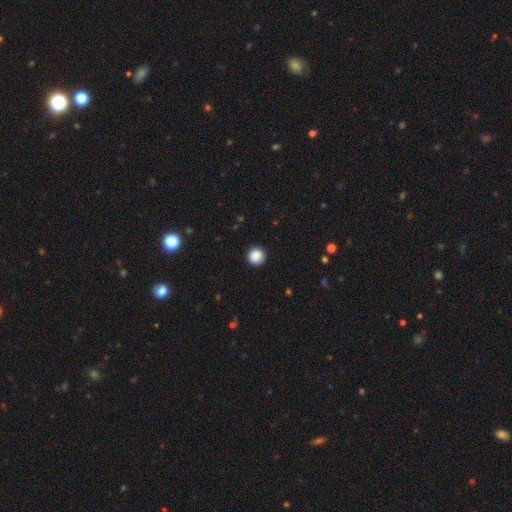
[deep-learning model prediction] The model was most divided on "smooth or featured": smooth: 88%, star or artifact: 9%, featured or disk: 3%. More confident: how rounded — round (94%); merging — none (91%).